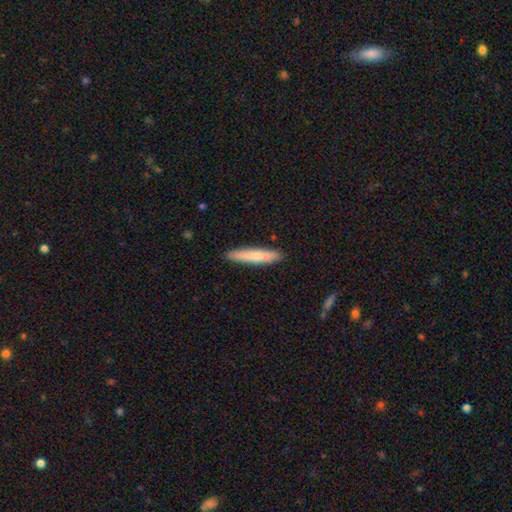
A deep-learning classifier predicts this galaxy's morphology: smooth-or-featured: smooth: 73% | featured or disk: 21% | star or artifact: 5%
  how-rounded: cigar-shaped: 93% | in between: 6% | round: 1%
  merging: none: 91% | minor disturbance: 7% | major disturbance: 1% | merger: 1%